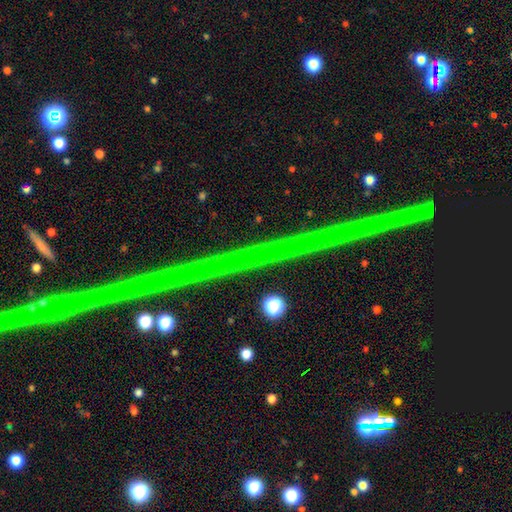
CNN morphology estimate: A star or artifact, not a galaxy (85%).

Vote fractions:
- Smooth or featured? star or artifact: 85% / featured or disk: 11% / smooth: 5%